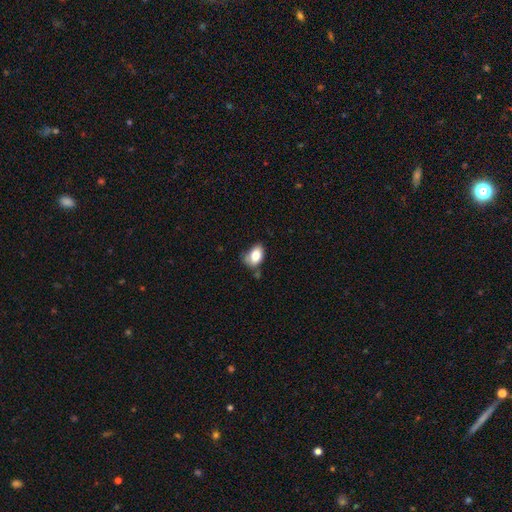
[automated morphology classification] smooth-or-featured: smooth: 81% | featured or disk: 10% | star or artifact: 8%
  how-rounded: in between: 85% | round: 13% | cigar-shaped: 1%
  merging: none: 43% | minor disturbance: 39% | major disturbance: 11% | merger: 7%